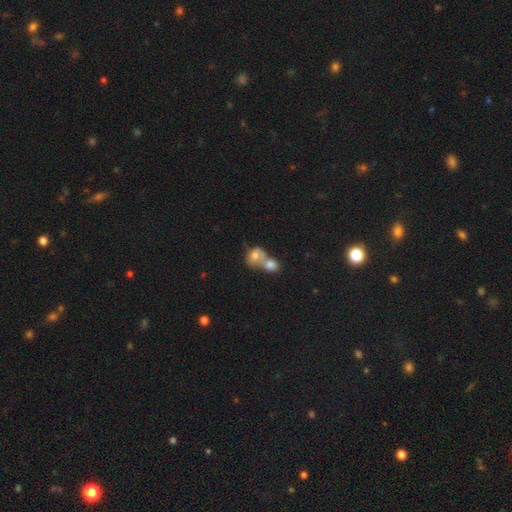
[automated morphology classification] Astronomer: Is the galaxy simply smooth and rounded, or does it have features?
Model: smooth — 68%.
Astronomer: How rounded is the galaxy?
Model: round — 61% (runner-up: in between, 37%).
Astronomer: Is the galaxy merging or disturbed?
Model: merger — 69%.